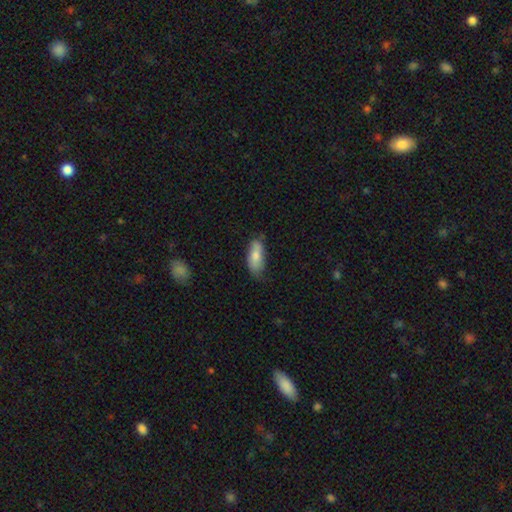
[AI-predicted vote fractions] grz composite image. It shows a smooth galaxy with no disk features (78%) that is in between round and cigar-shaped (83%). Merging: none (63%).